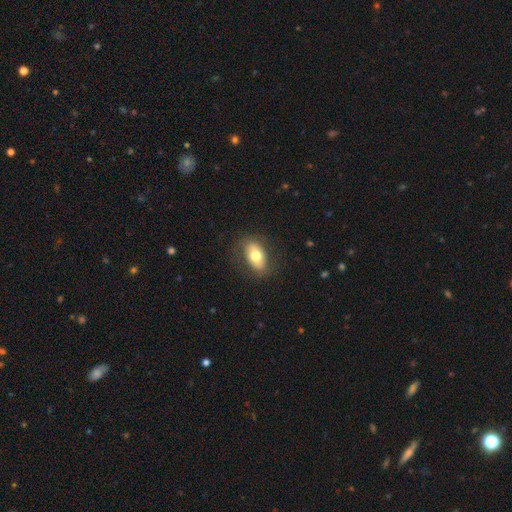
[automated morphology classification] A smooth galaxy with no disk features (69%) that is in between round and cigar-shaped (90%).

Vote fractions:
- Smooth or featured? smooth: 69% / featured or disk: 24% / star or artifact: 7%
- How rounded? in between: 90% / round: 7% / cigar-shaped: 3%
- Merging? none: 82% / minor disturbance: 13% / major disturbance: 5% / merger: 1%